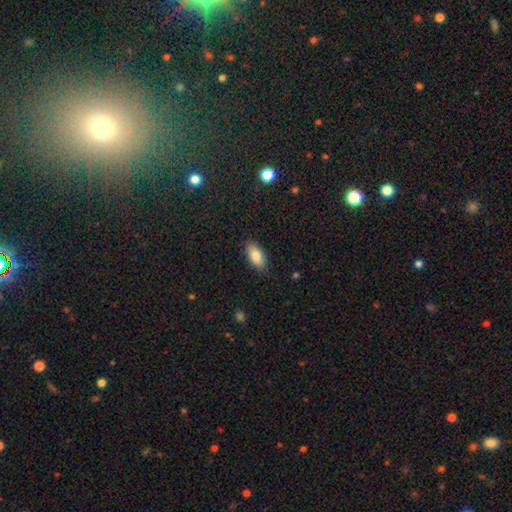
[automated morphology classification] Smooth or featured? Predicted: smooth (p=0.85). How rounded? Predicted: in between (p=0.91). Merging? Predicted: none (p=0.87).